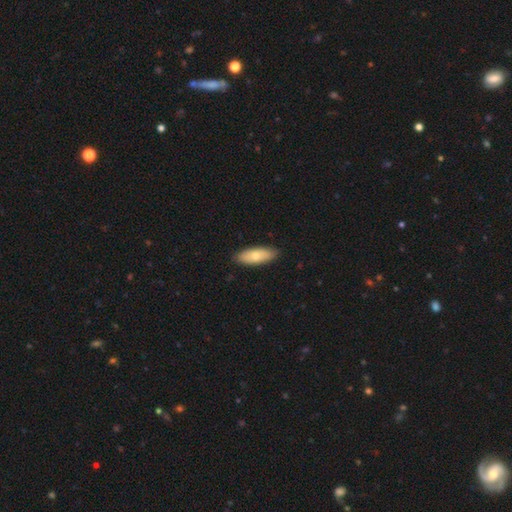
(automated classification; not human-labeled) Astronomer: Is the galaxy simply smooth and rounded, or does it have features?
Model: smooth — 71%.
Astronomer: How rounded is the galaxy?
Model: in between — 72%.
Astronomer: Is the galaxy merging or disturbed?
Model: none — 88%.